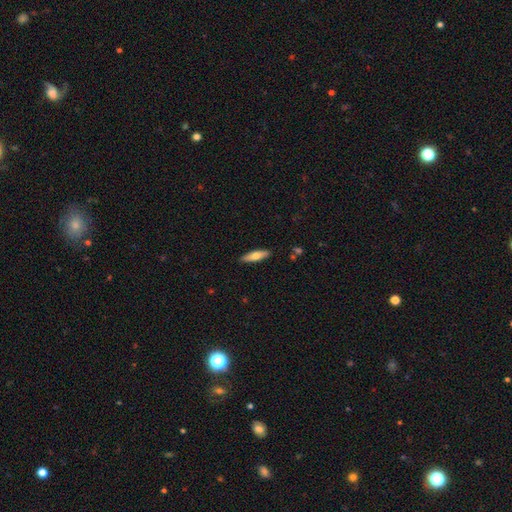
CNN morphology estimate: Smooth or featured?
  - smooth: 65% *
  - featured or disk: 29%
  - star or artifact: 6%
How rounded?
  - cigar-shaped: 62% *
  - in between: 36%
  - round: 2%
Merging?
  - none: 89% *
  - minor disturbance: 8%
  - major disturbance: 2%
  - merger: 1%